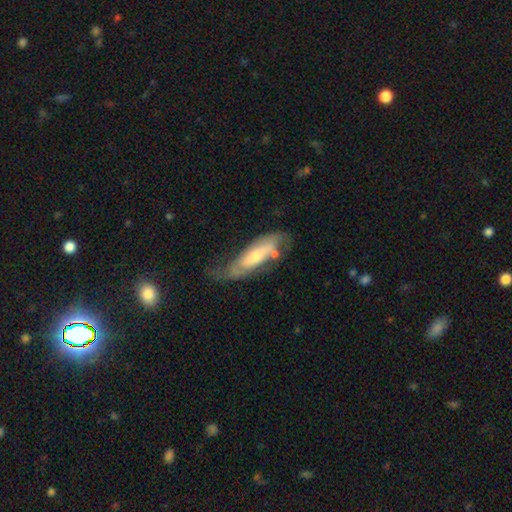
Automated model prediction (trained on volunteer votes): Smooth or featured? featured or disk (59%)
Edge-on disk? no (71%)
Merging? none (43%)